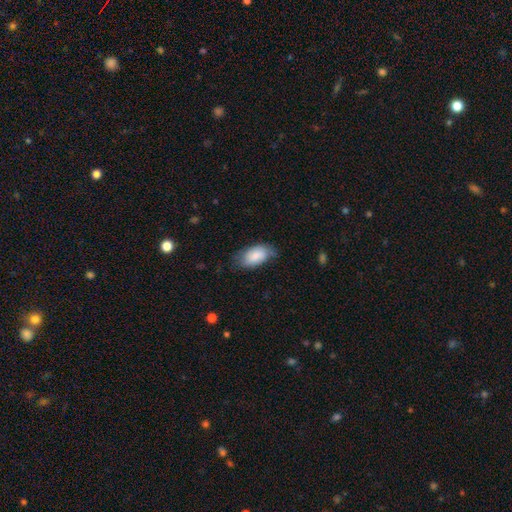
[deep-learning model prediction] Smooth or featured: smooth — 82% (featured or disk — 12%)
How rounded: in between — 94% (round — 3%)
Merging: none — 65% (minor disturbance — 27%)